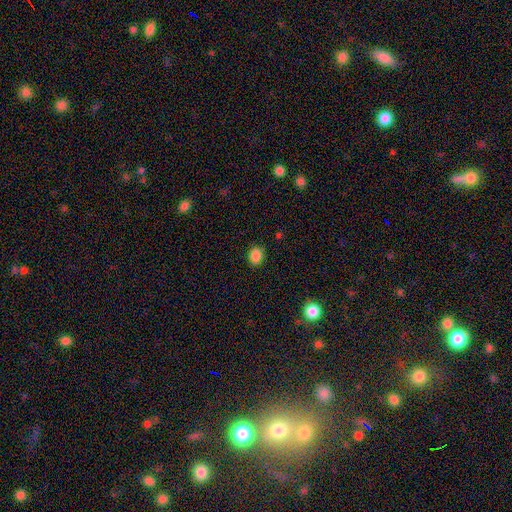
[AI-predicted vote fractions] This appears to be a smooth galaxy with no disk features (86%) that is in between round and cigar-shaped (52%). Merging: none (87%).